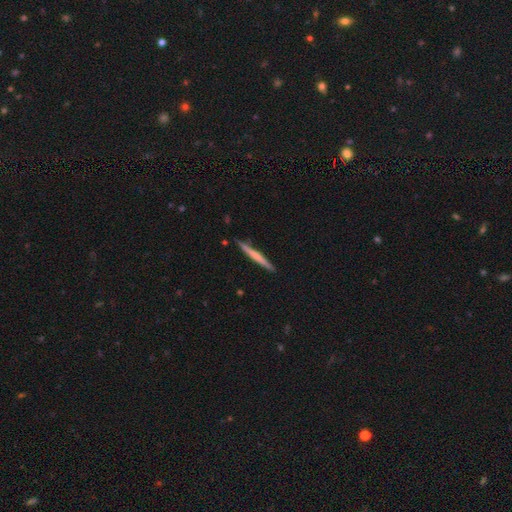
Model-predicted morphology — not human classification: This appears to be a featured or disk galaxy (50%). Merging: none (89%).